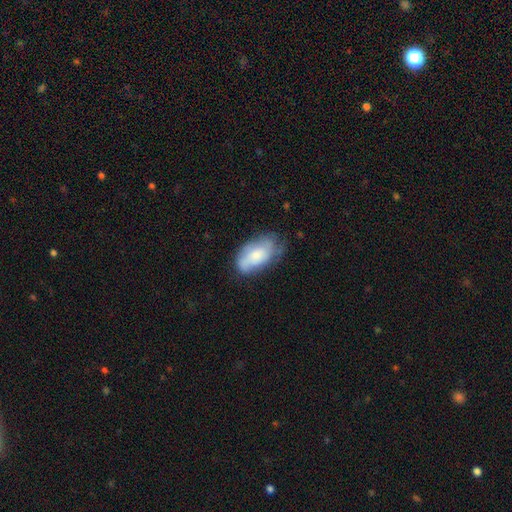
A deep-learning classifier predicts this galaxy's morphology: smooth_or_featured: smooth (p=0.62) [alt: featured or disk p=0.31]
how_rounded: in between (p=0.92) [alt: round p=0.04]
merging: none (p=0.52) [alt: minor disturbance p=0.33]